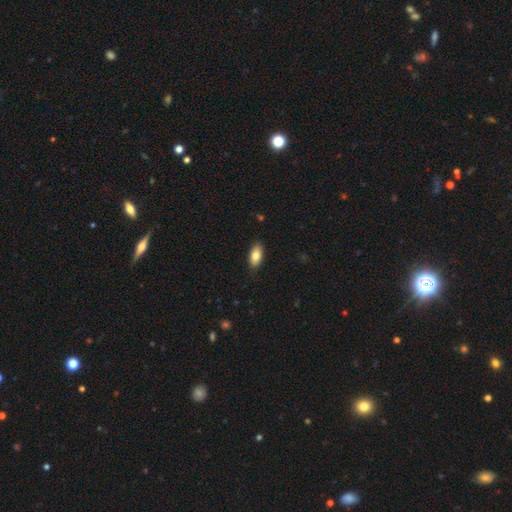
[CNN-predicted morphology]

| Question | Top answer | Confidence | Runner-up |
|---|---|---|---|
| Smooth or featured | smooth | 81% | featured or disk (12%) |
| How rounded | in between | 91% | cigar-shaped (6%) |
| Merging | none | 86% | minor disturbance (11%) |